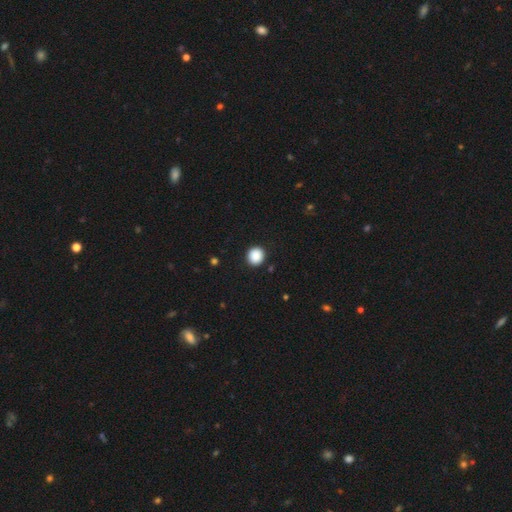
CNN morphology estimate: smooth 89%, star or artifact 9%, featured or disk 2%. Down the decision tree: how rounded — round (90%); merging — none (92%).